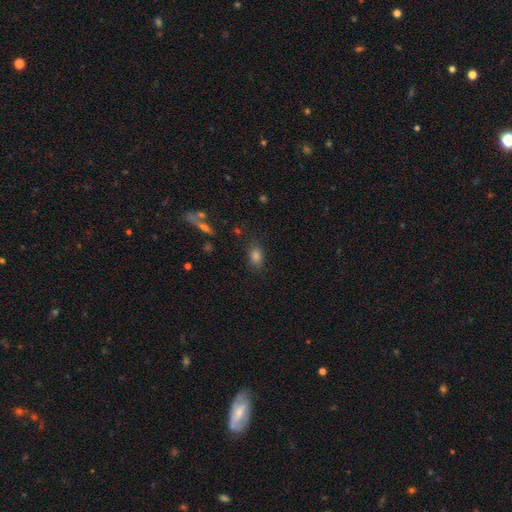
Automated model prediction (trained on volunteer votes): Q: Smooth or featured?
A: smooth (79%); runner-up: star or artifact (14%)
Q: How rounded?
A: in between (76%); runner-up: round (21%)
Q: Merging?
A: none (81%); runner-up: minor disturbance (13%)